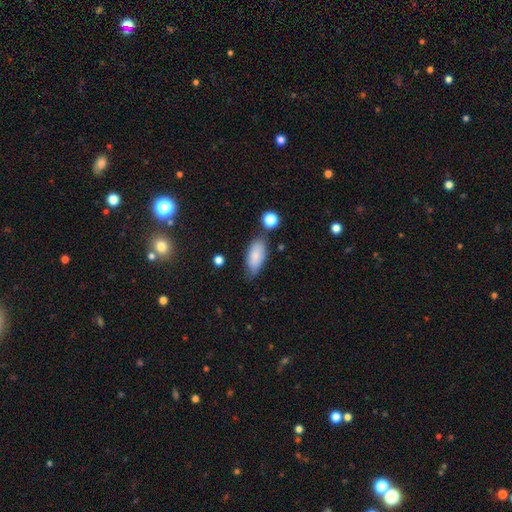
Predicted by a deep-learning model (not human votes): Overall: smooth (83%). How rounded: in between (88%). Merging: none (66%).